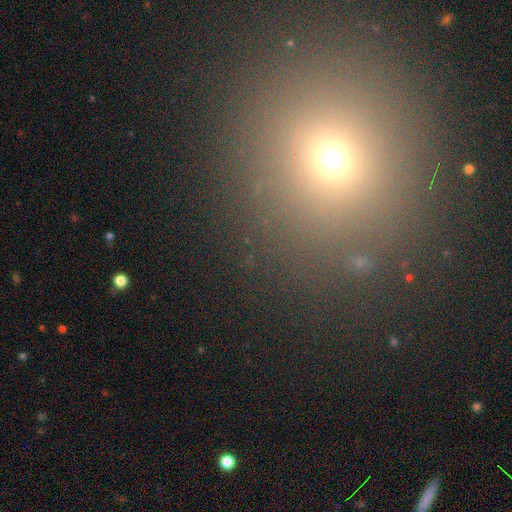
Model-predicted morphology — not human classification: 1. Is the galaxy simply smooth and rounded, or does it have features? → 57% smooth, 34% star or artifact, 8% featured or disk.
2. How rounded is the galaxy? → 89% round, 10% in between, 1% cigar-shaped.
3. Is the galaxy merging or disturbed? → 87% none, 6% minor disturbance, 3% major disturbance, 3% merger.